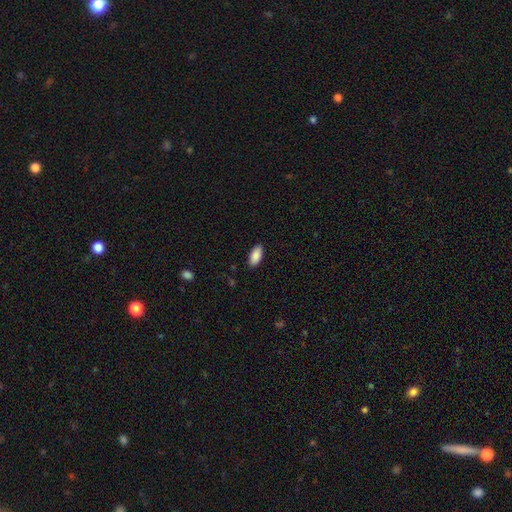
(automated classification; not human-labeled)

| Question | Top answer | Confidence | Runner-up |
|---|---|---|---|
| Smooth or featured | smooth | 88% | star or artifact (6%) |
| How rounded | in between | 91% | cigar-shaped (8%) |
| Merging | none | 87% | minor disturbance (10%) |